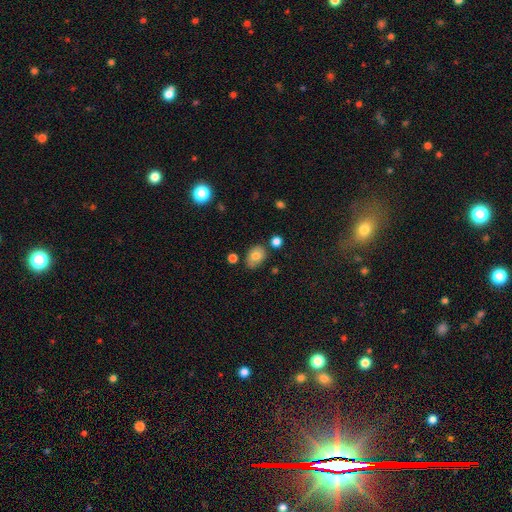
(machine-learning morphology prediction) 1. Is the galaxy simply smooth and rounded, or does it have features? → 74% smooth, 16% featured or disk, 10% star or artifact.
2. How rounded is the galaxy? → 74% in between, 25% round, 1% cigar-shaped.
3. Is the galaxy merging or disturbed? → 74% none, 17% minor disturbance, 5% merger, 4% major disturbance.